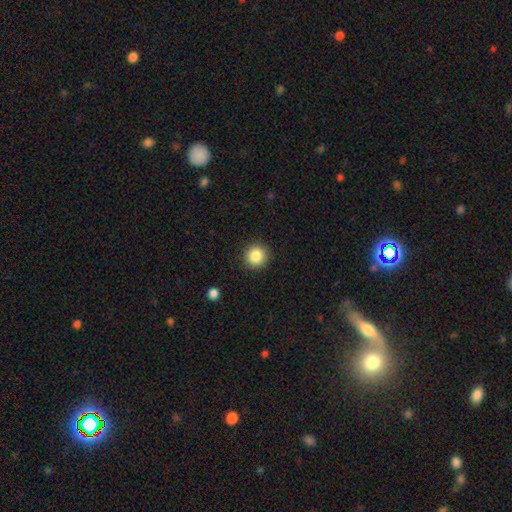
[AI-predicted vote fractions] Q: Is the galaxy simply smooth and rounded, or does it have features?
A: smooth — 86%.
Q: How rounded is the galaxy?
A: round — 93%.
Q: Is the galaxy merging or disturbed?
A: none — 91%.